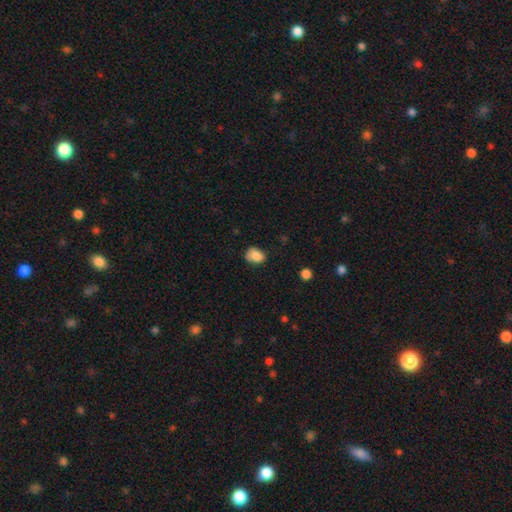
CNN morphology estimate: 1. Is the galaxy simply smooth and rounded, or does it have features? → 86% smooth, 9% star or artifact, 5% featured or disk.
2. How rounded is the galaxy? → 63% in between, 36% round, 1% cigar-shaped.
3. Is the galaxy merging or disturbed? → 66% none, 27% minor disturbance, 5% major disturbance, 2% merger.